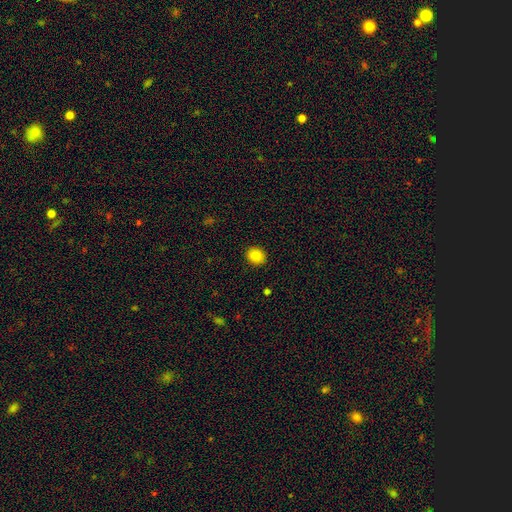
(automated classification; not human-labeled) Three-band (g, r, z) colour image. It shows a smooth galaxy with no disk features (85%) that is round (76%). Merging: none (91%).